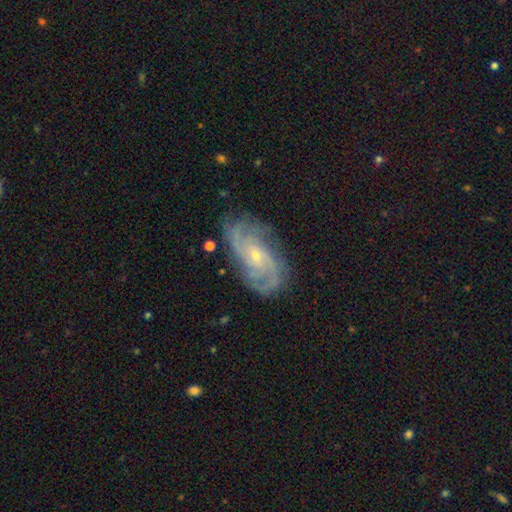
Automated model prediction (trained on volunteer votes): featured or disk 87%, smooth 7%, star or artifact 6%. Down the decision tree: edge-on disk — no (96%); bar — no (65%); spiral arms — yes (97%); spiral arm count — 2 (27%); spiral winding — tight (49%); bulge size — small (75%); merging — none (77%).